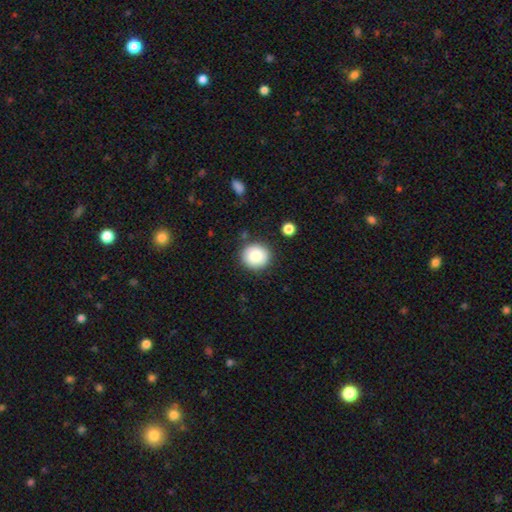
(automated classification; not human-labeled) smooth 85%, star or artifact 8%, featured or disk 7%. Down the decision tree: how rounded — round (89%); merging — none (86%).